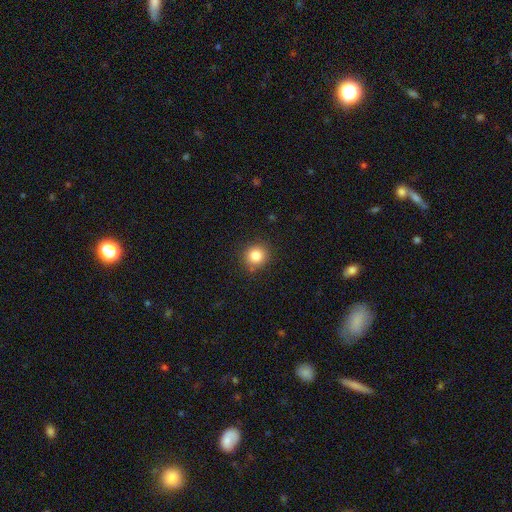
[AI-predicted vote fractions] smooth_or_featured: smooth (p=0.83) [alt: star or artifact p=0.11]
how_rounded: round (p=0.90) [alt: in between p=0.09]
merging: none (p=0.86) [alt: minor disturbance p=0.10]